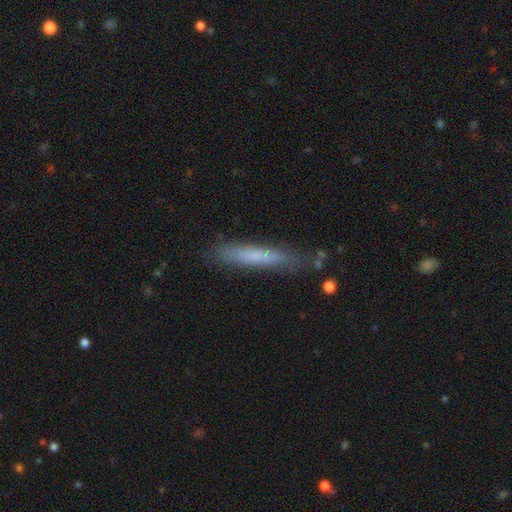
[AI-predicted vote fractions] smooth_or_featured: smooth (p=0.65) [alt: featured or disk p=0.28]
how_rounded: cigar-shaped (p=0.94) [alt: in between p=0.05]
merging: none (p=0.77) [alt: minor disturbance p=0.16]